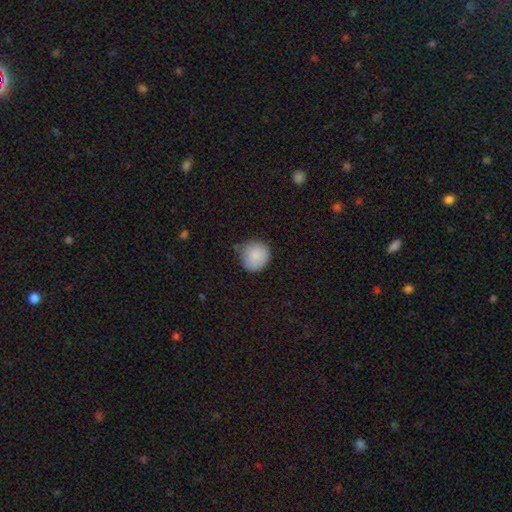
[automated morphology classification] A smooth galaxy with no disk features (87%) that is round (93%). Merging: none (66%).